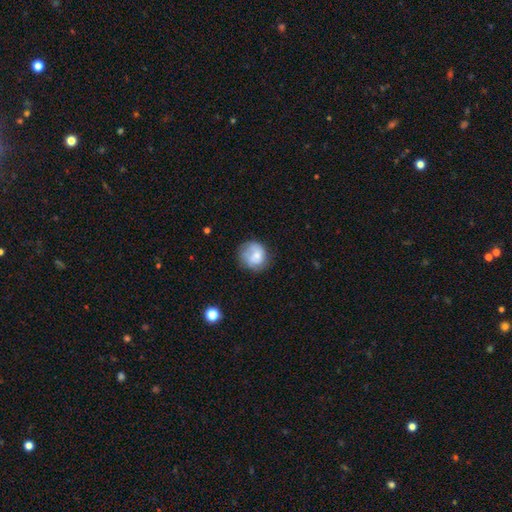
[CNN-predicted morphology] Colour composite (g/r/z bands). It shows a smooth galaxy with no disk features (65%) that is round (81%). Merging: none (61%).